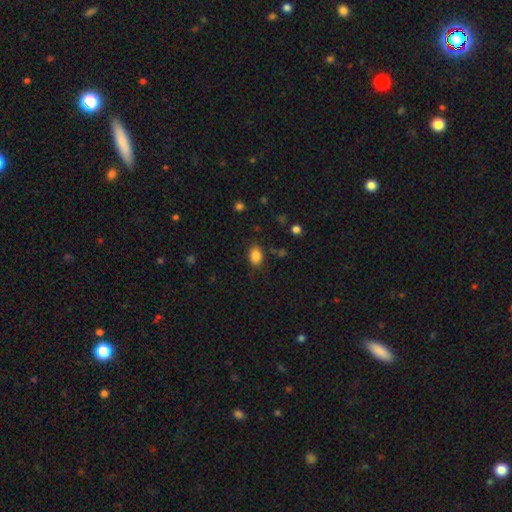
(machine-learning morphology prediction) Smooth or featured?
  - smooth: 86% *
  - star or artifact: 10%
  - featured or disk: 4%
How rounded?
  - in between: 74% *
  - round: 25%
  - cigar-shaped: 1%
Merging?
  - none: 82% *
  - minor disturbance: 12%
  - major disturbance: 4%
  - merger: 2%